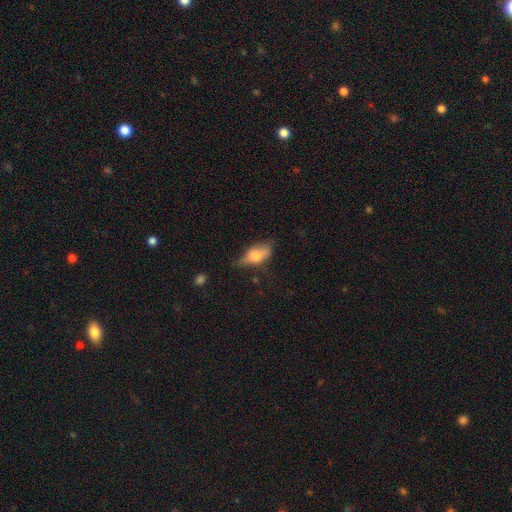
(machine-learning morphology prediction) type=smooth (56%); roundness=in between (79%); merging=none (51%).